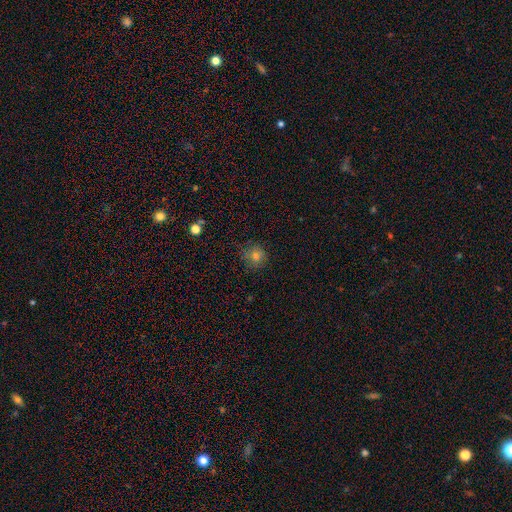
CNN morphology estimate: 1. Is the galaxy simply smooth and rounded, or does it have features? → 74% smooth, 17% star or artifact, 9% featured or disk.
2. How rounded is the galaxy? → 91% round, 8% in between, 1% cigar-shaped.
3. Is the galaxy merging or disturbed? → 81% none, 14% minor disturbance, 4% major disturbance, 1% merger.